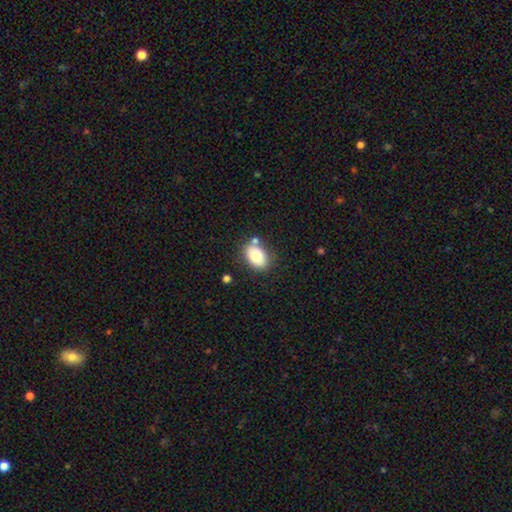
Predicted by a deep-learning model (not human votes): This is likely a smooth galaxy (75%). How rounded: likely in between (79%). Merging: likely none (72%).